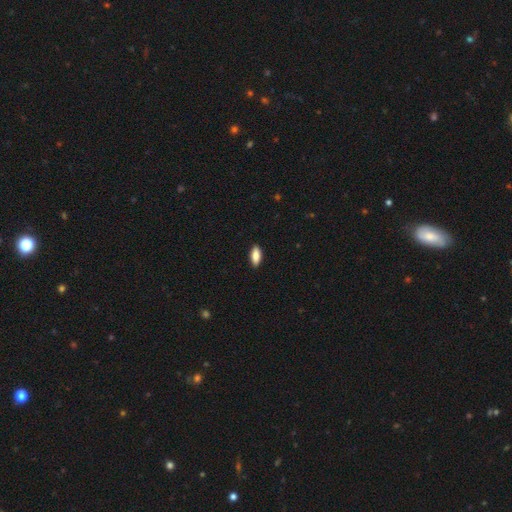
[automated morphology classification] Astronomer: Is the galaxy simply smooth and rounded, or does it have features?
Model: smooth — 84%.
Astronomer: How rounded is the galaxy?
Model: in between — 78%.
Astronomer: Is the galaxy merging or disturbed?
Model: none — 89%.